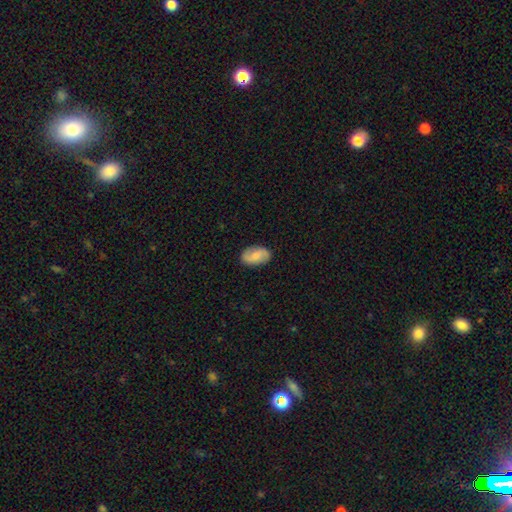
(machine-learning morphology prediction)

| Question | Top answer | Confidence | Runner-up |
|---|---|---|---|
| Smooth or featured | smooth | 55% | featured or disk (38%) |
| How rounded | in between | 92% | round (6%) |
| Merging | none | 85% | minor disturbance (11%) |